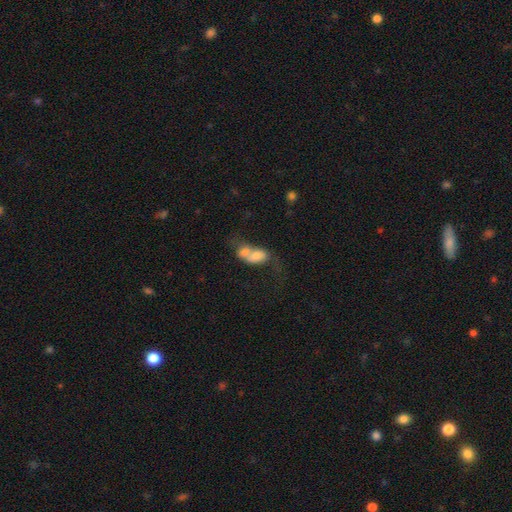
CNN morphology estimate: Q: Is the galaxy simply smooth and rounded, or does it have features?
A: smooth — 61%.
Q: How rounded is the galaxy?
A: in between — 75%.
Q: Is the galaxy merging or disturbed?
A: merger — 75%.